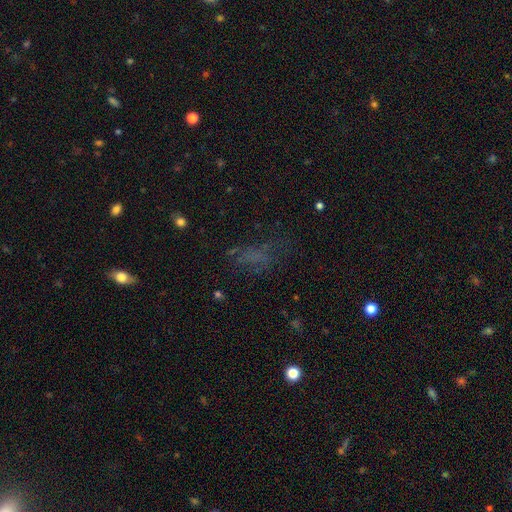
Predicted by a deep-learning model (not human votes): Smooth or featured? Predicted: smooth (p=0.46). Merging? Predicted: none (p=0.48).